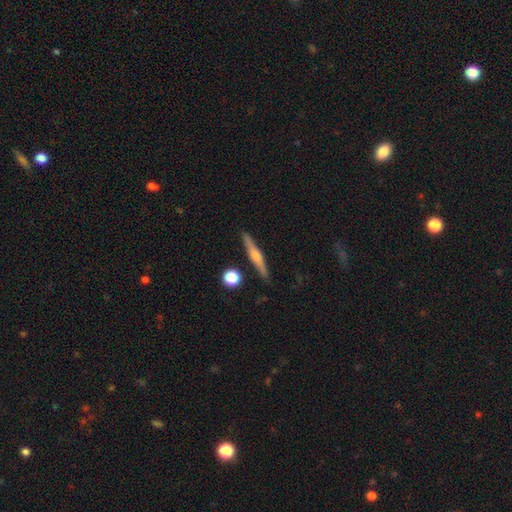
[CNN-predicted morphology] Smooth or featured?
  - featured or disk: 67% *
  - smooth: 26%
  - star or artifact: 7%
Edge-on disk?
  - yes: 97% *
  - no: 3%
Edge-on bulge?
  - rounded: 84% *
  - none: 10%
  - boxy: 7%
Merging?
  - none: 89% *
  - minor disturbance: 7%
  - merger: 2%
  - major disturbance: 2%